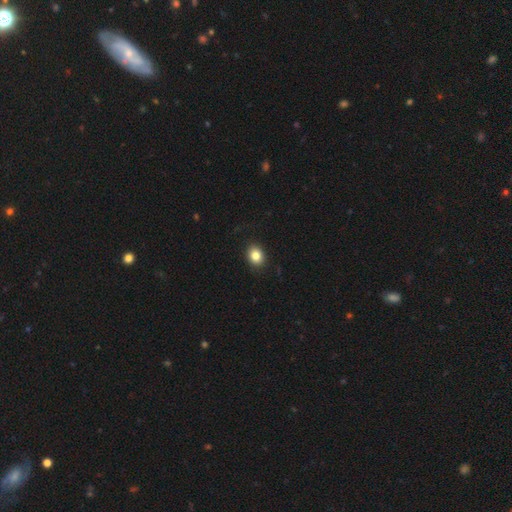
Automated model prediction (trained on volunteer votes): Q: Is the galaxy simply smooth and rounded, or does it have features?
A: smooth — 84%.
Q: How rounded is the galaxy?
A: round — 53%.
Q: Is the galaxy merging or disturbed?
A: none — 90%.